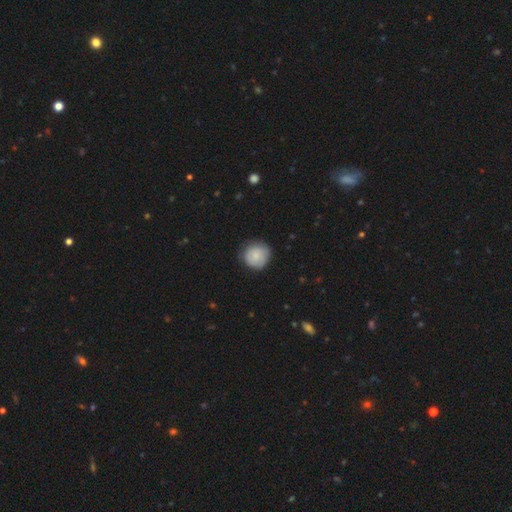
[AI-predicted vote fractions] A smooth galaxy with no disk features (79%) that is round (91%).

Vote fractions:
- Smooth or featured? smooth: 79% / featured or disk: 15% / star or artifact: 6%
- How rounded? round: 91% / in between: 8% / cigar-shaped: 1%
- Merging? none: 78% / minor disturbance: 17% / major disturbance: 4% / merger: 1%